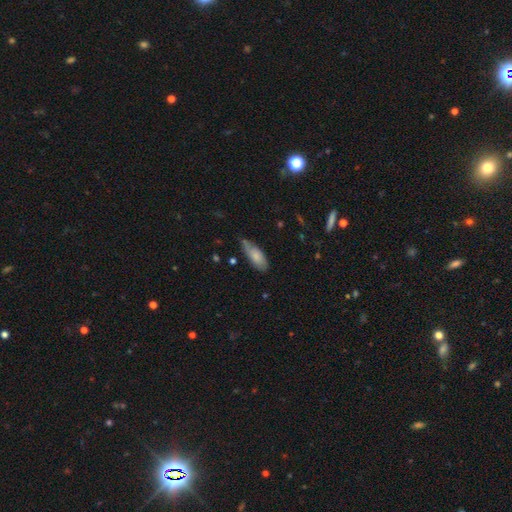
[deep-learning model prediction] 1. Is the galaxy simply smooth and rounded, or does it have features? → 75% smooth, 19% featured or disk, 6% star or artifact.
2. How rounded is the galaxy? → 78% in between, 20% cigar-shaped, 2% round.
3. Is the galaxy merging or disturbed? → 55% none, 36% minor disturbance, 7% major disturbance, 3% merger.